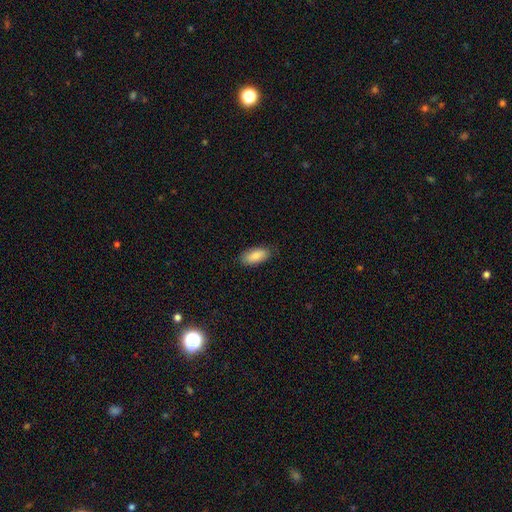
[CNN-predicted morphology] This appears to be a smooth galaxy with no disk features (87%) that is in between round and cigar-shaped (90%). Merging: none (83%).